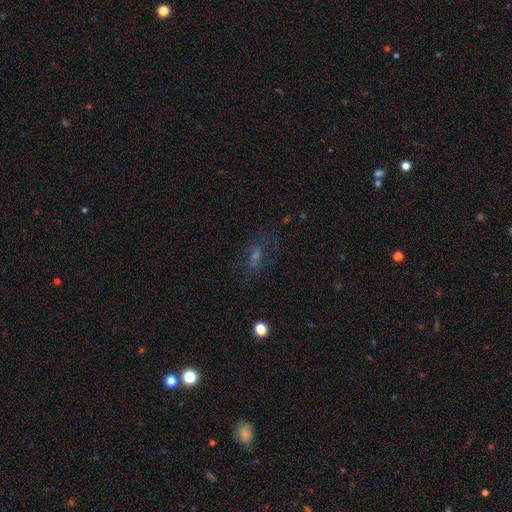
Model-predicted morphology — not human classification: The model was most divided on "smooth or featured": featured or disk: 45%, smooth: 33%, star or artifact: 22%. More confident: merging — none (63%).